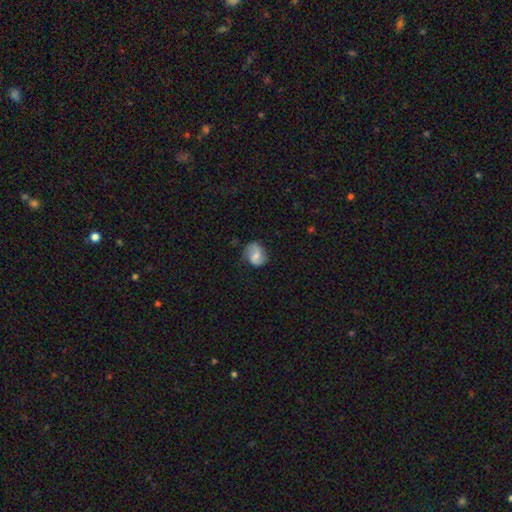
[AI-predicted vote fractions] smooth-or-featured: featured or disk: 57% | smooth: 36% | star or artifact: 8%
  disk-edge-on: no: 98% | yes: 2%
    bar: weak: 50% | no: 32% | strong: 19%
    has-spiral-arms: yes: 89% | no: 11%
    bulge-size: moderate: 43% | small: 37% | none: 13% | large: 5% | dominant: 1%
  merging: none: 68% | minor disturbance: 22% | major disturbance: 8% | merger: 2%